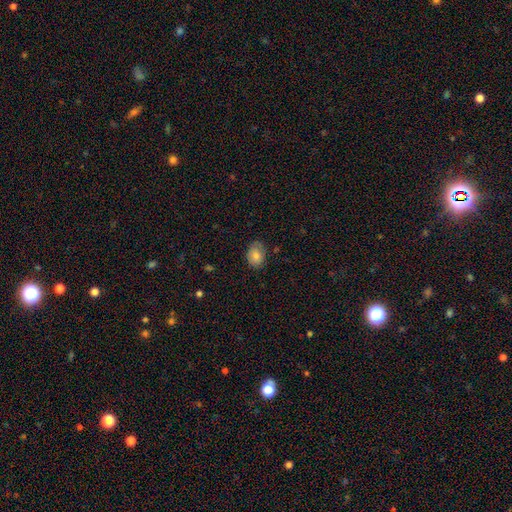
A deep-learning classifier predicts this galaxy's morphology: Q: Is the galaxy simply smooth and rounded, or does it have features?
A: smooth — 78%.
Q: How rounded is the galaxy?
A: in between — 71%.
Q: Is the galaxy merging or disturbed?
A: none — 76%.